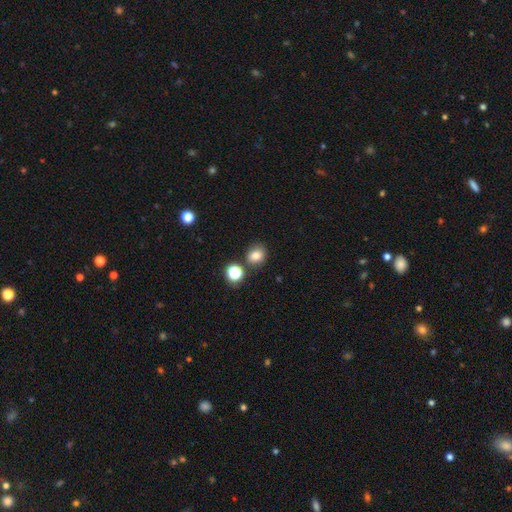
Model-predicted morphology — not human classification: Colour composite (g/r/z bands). It shows a smooth galaxy with no disk features (79%) that is round (71%). Merging: none (76%).